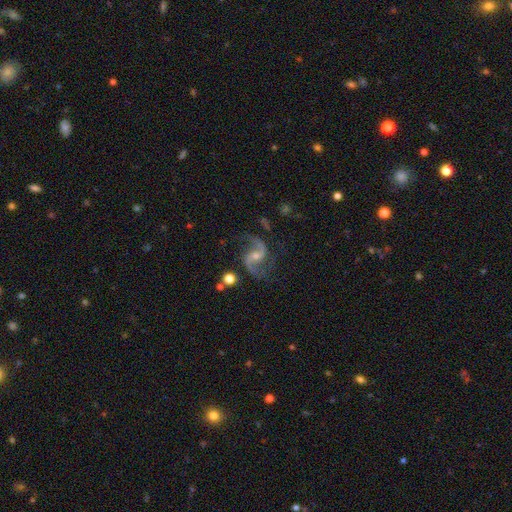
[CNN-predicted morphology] This is clearly a featured or disk galaxy (92%). It is clearly not viewed edge-on (98%). Bar: marginally no (43%). Spiral arm pattern: clearly yes (98%). Spiral arm count: clearly 2 (94%). Spiral winding: likely loose (61%). Central bulge: possibly small (59%). Merging: likely none (77%).